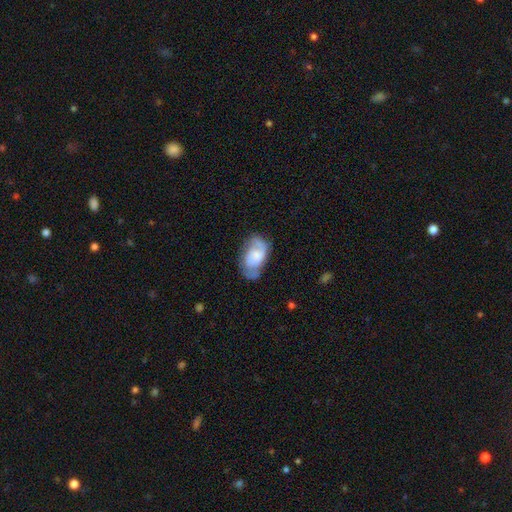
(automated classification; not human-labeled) Smooth or featured: featured or disk — 57% (smooth — 36%)
Edge-on disk: no — 96% (yes — 4%)
Bar: no — 61% (weak — 33%)
Spiral arms: yes — 81% (no — 19%)
Bulge size: small — 34% (moderate — 30%)
Merging: none — 52% (minor disturbance — 30%)